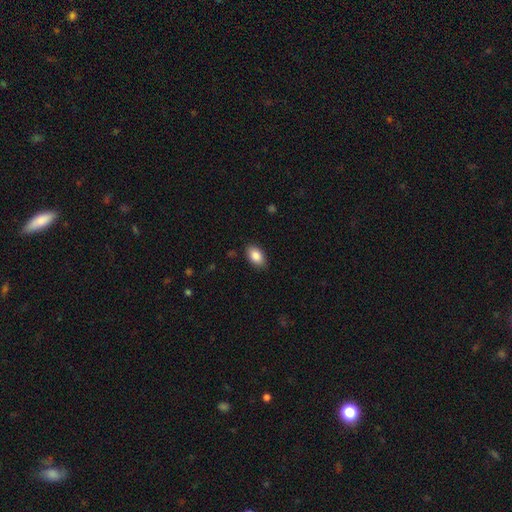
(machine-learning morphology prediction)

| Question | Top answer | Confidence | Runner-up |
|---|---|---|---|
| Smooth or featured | smooth | 87% | star or artifact (7%) |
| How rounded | in between | 91% | round (8%) |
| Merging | none | 87% | minor disturbance (10%) |